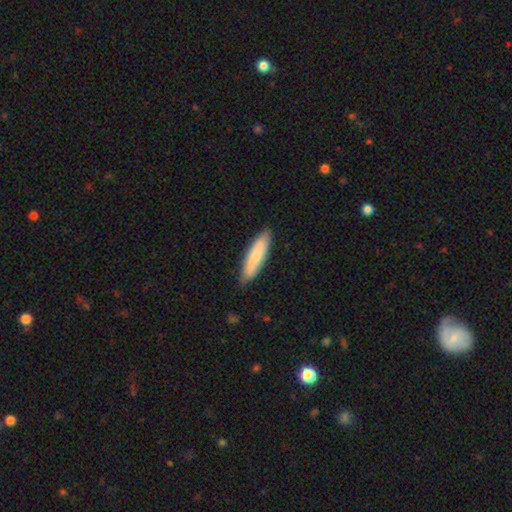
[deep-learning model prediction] Smooth or featured? smooth (79%)
How rounded? cigar-shaped (74%)
Merging? none (85%)